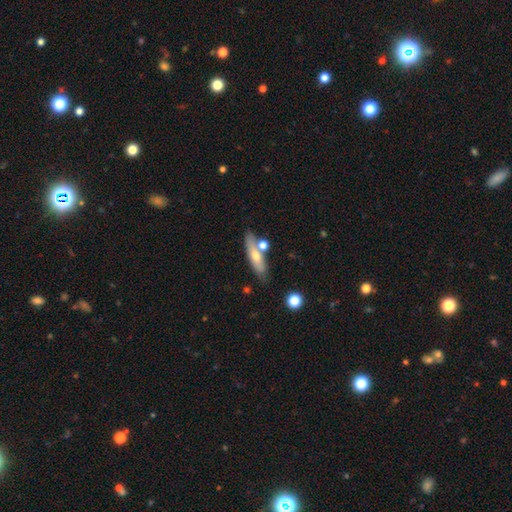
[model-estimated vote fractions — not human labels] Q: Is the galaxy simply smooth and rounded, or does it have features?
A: smooth — 57%.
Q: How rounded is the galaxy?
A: cigar-shaped — 60%.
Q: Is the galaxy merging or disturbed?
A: none — 65%.